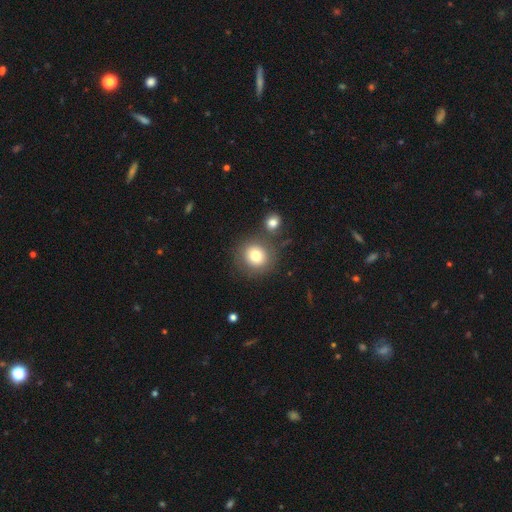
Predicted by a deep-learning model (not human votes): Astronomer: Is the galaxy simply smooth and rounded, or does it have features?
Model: smooth — 77%.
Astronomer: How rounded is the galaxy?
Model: round — 90%.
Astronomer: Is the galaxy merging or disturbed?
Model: none — 74%.